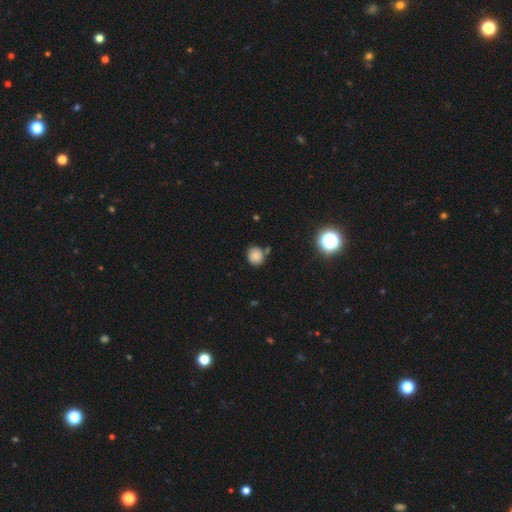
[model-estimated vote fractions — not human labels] Smooth or featured? smooth (82%)
How rounded? round (84%)
Merging? none (73%)